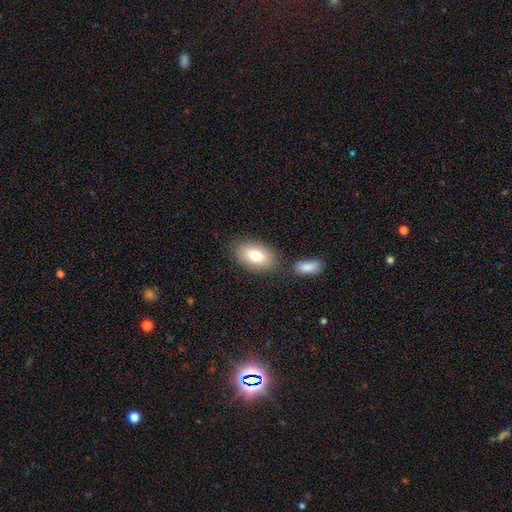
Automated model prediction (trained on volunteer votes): Smooth or featured? Predicted: smooth (p=0.79). How rounded? Predicted: in between (p=0.92). Merging? Predicted: none (p=0.74).